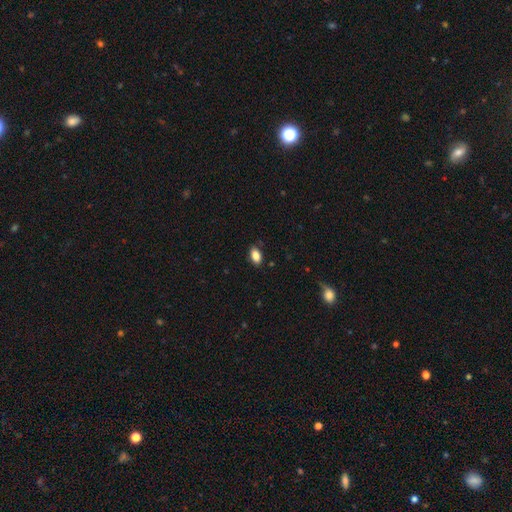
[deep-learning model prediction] smooth-or-featured: smooth: 87% | star or artifact: 8% | featured or disk: 5%
  how-rounded: in between: 91% | round: 6% | cigar-shaped: 2%
  merging: none: 85% | minor disturbance: 11% | major disturbance: 2% | merger: 1%